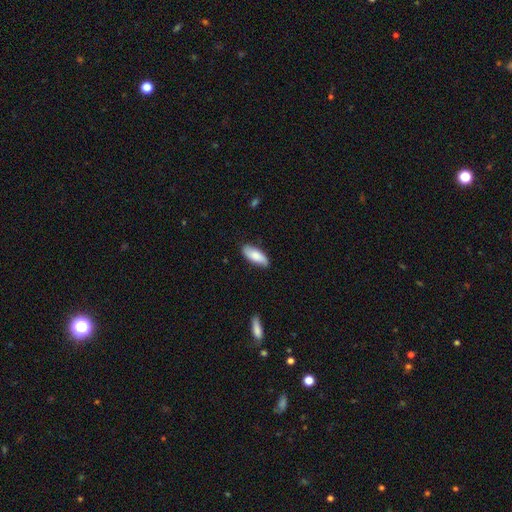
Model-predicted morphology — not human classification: Smooth or featured? smooth (78%)
How rounded? in between (77%)
Merging? none (82%)